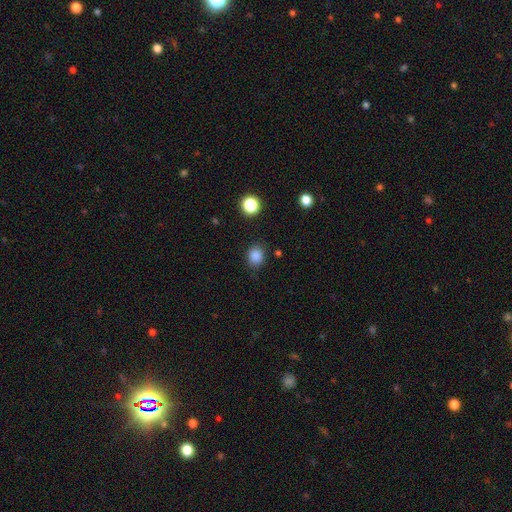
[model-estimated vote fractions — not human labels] smooth 85%, star or artifact 12%, featured or disk 3%. Down the decision tree: how rounded — round (67%); merging — none (82%).